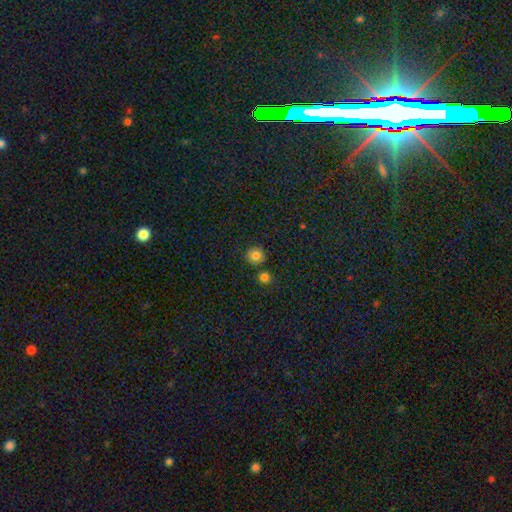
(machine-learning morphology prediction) The model was most divided on "smooth or featured": smooth: 82%, star or artifact: 11%, featured or disk: 7%. More confident: how rounded — round (92%); merging — none (83%).